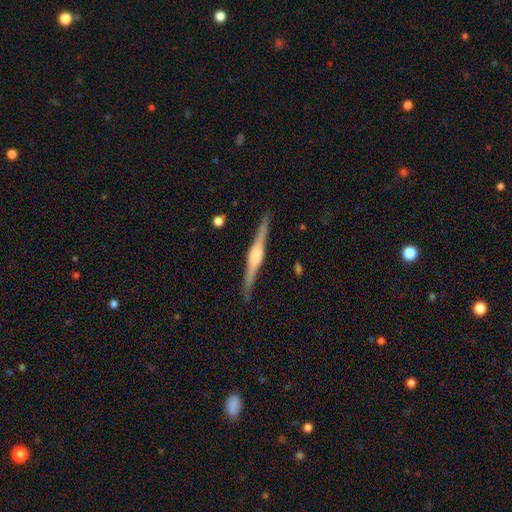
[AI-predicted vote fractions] smooth_or_featured: featured or disk (p=0.83) [alt: smooth p=0.12]
disk_edge_on: yes (p=0.98) [alt: no p=0.02]
edge_on_bulge: rounded (p=0.81) [alt: boxy p=0.15]
merging: none (p=0.90) [alt: minor disturbance p=0.07]